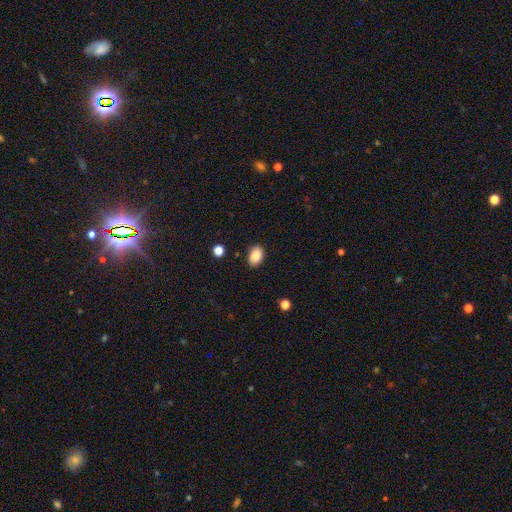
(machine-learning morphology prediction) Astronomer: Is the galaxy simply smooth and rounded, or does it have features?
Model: smooth — 88%.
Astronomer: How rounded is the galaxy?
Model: in between — 85%.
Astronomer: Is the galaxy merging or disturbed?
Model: none — 87%.